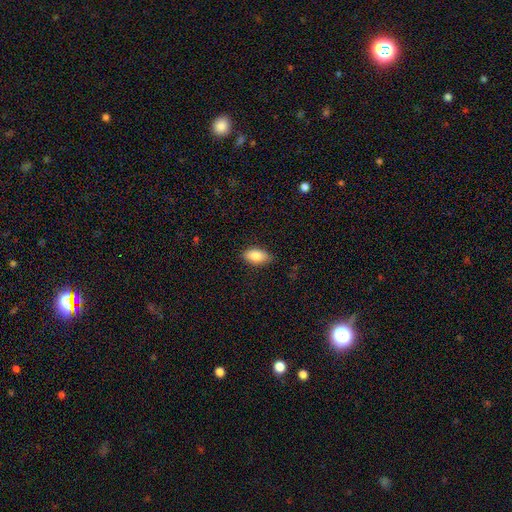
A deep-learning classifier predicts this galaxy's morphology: A smooth galaxy with no disk features (85%) that is in between round and cigar-shaped (93%). Merging: none (84%).